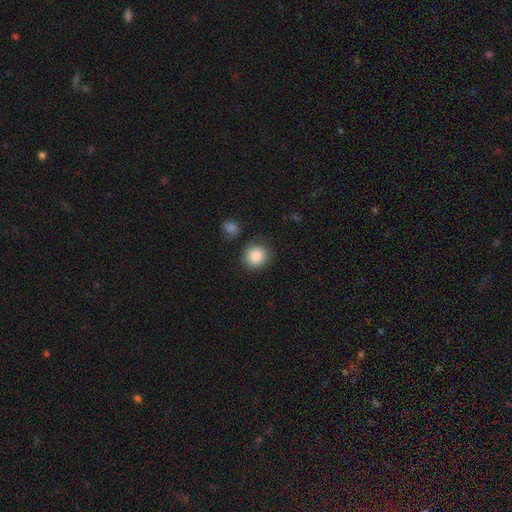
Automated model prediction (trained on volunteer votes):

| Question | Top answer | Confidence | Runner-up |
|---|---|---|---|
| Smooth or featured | smooth | 86% | star or artifact (9%) |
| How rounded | round | 91% | in between (8%) |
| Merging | none | 84% | minor disturbance (9%) |